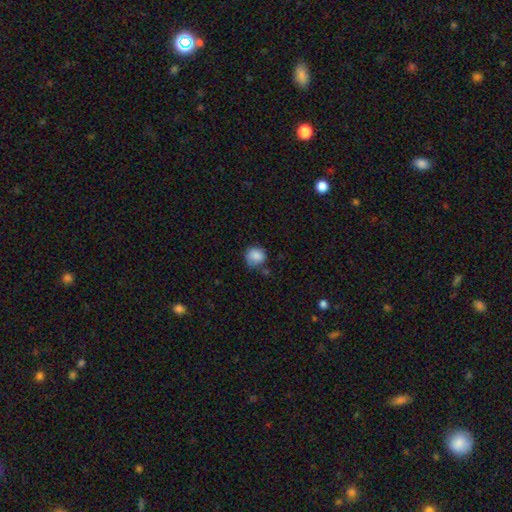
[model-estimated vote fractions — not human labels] smooth-or-featured: smooth: 83% | featured or disk: 9% | star or artifact: 8%
  how-rounded: round: 83% | in between: 16% | cigar-shaped: 1%
  merging: none: 57% | minor disturbance: 29% | major disturbance: 9% | merger: 6%